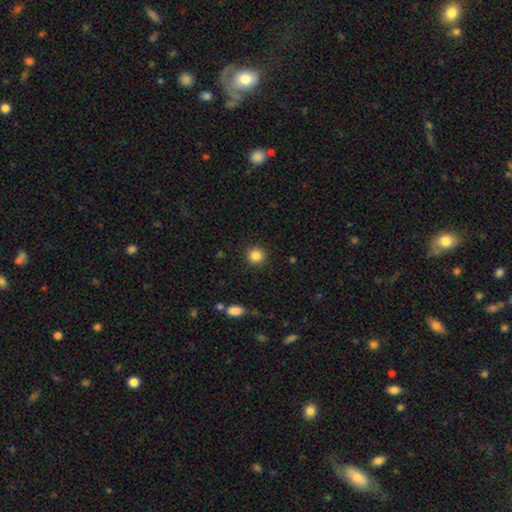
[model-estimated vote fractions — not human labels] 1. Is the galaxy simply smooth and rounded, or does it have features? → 86% smooth, 10% star or artifact, 4% featured or disk.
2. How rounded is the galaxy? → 92% round, 7% in between, 1% cigar-shaped.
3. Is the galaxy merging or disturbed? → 90% none, 6% minor disturbance, 2% major disturbance, 1% merger.